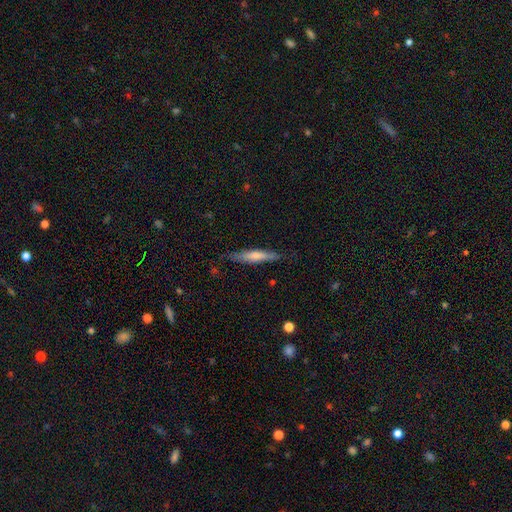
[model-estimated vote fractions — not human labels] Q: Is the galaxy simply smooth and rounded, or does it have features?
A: smooth — 62%.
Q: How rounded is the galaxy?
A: cigar-shaped — 89%.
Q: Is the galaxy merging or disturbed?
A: none — 80%.